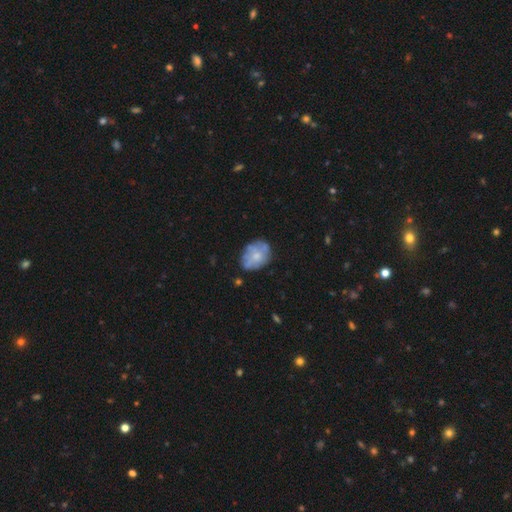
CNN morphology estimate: This appears to be a featured or disk galaxy (47%). Merging: none (63%).